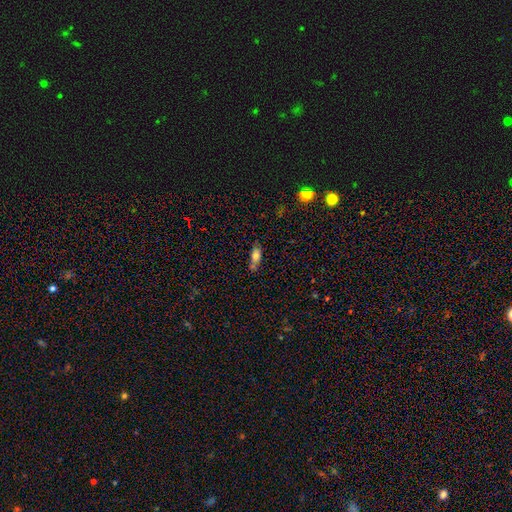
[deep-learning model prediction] A smooth galaxy with no disk features (72%) that is in between round and cigar-shaped (73%). Merging: none (50%).